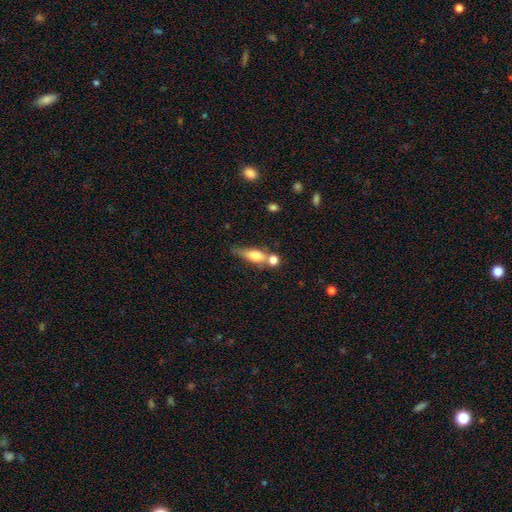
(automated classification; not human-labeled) This appears to be a smooth galaxy with no disk features (63%) that is in between round and cigar-shaped (51%). Merging: none (39%).